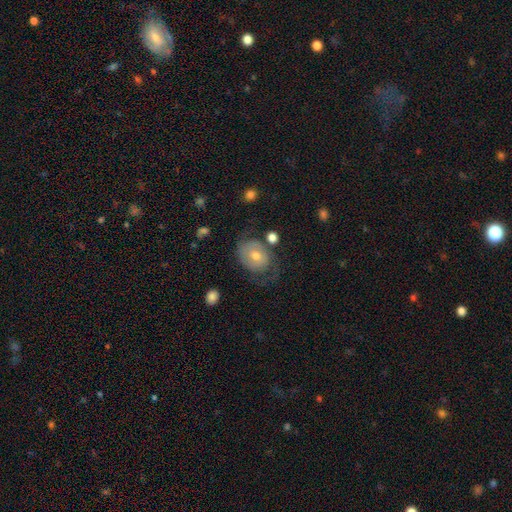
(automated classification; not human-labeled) Smooth or featured? featured or disk (49%)
Merging? none (52%)